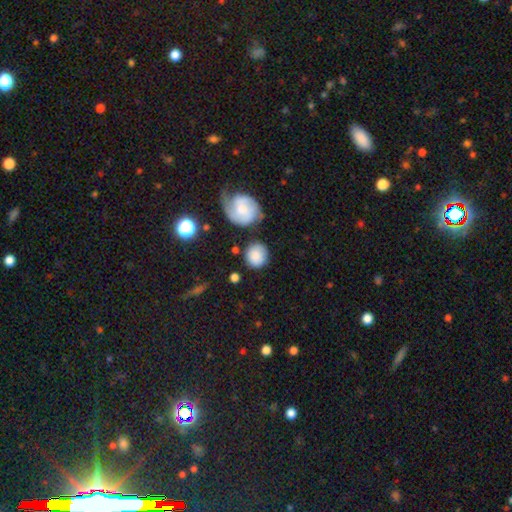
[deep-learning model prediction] smooth_or_featured: smooth (p=0.80) [alt: featured or disk p=0.13]
how_rounded: round (p=0.85) [alt: in between p=0.14]
merging: none (p=0.72) [alt: minor disturbance p=0.15]